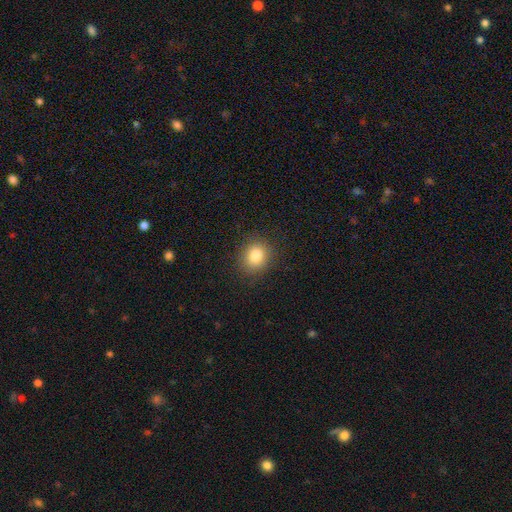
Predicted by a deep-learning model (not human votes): Overall: smooth (83%). How rounded: round (73%). Merging: none (88%).